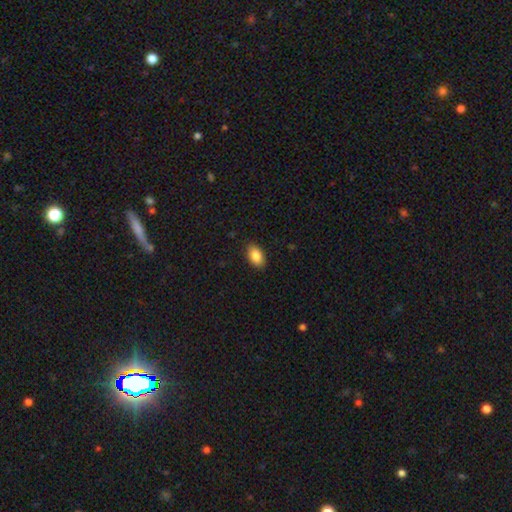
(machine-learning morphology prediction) This appears to be a smooth galaxy with no disk features (87%) that is in between round and cigar-shaped (93%). Merging: none (88%).